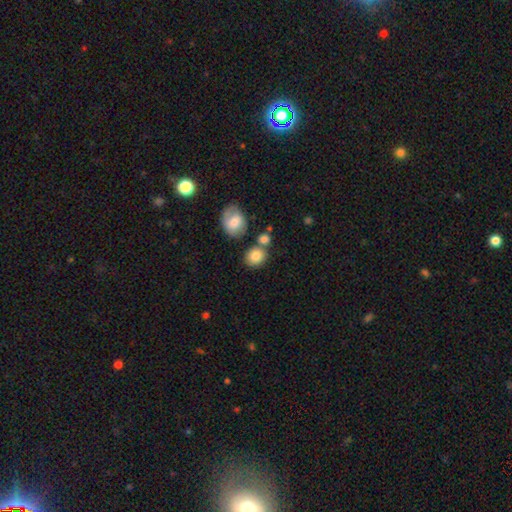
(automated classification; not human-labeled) Smooth or featured?
  - smooth: 84% *
  - featured or disk: 9%
  - star or artifact: 8%
How rounded?
  - round: 69% *
  - in between: 29%
  - cigar-shaped: 1%
Merging?
  - none: 64% *
  - merger: 20%
  - minor disturbance: 12%
  - major disturbance: 4%